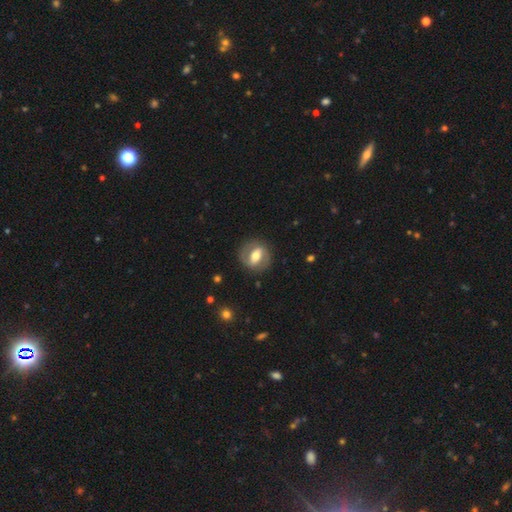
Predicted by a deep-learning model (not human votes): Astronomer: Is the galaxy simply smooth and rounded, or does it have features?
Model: featured or disk — 64%.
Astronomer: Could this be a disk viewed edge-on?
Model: no — 94%.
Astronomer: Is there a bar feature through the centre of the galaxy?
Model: strong — 46% (runner-up: weak, 36%).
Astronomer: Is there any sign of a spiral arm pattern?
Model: yes — 65%.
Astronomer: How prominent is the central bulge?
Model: moderate — 64%.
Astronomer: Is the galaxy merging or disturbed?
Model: none — 82%.